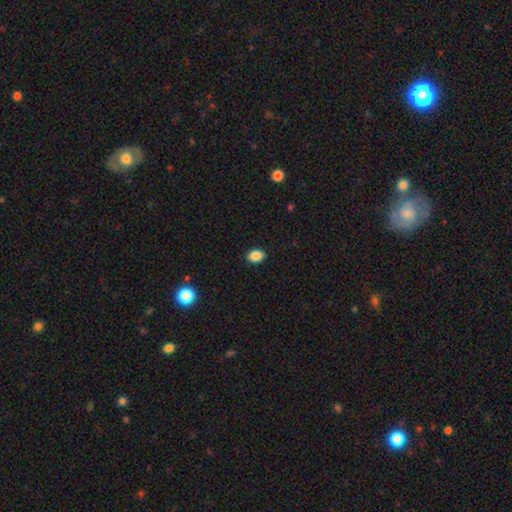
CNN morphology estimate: Q: Smooth or featured?
A: smooth (88%); runner-up: star or artifact (9%)
Q: How rounded?
A: in between (75%); runner-up: round (24%)
Q: Merging?
A: none (89%); runner-up: minor disturbance (8%)